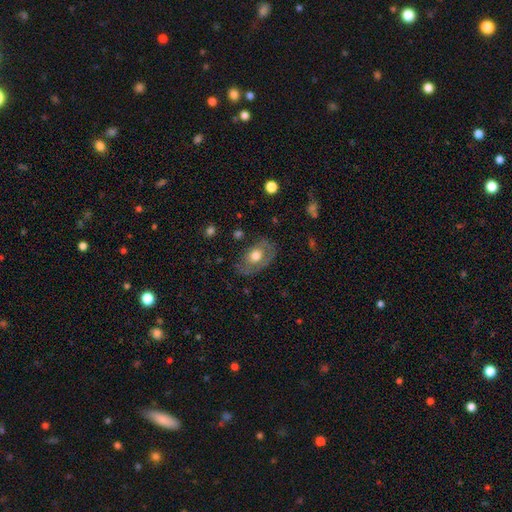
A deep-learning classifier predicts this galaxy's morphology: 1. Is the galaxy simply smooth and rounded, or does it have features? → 52% smooth, 41% featured or disk, 7% star or artifact.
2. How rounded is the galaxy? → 80% in between, 18% round, 2% cigar-shaped.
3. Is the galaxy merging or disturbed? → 62% none, 24% minor disturbance, 12% major disturbance, 2% merger.